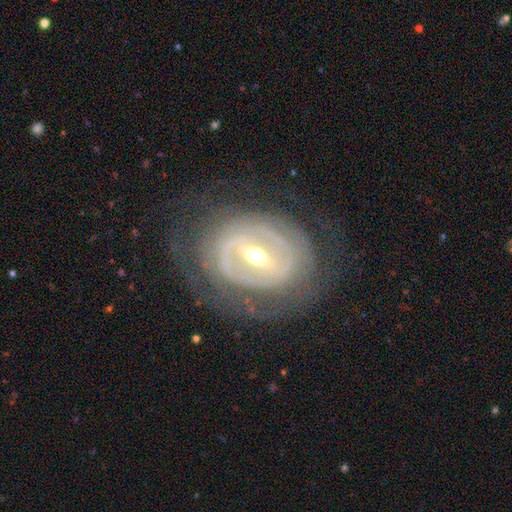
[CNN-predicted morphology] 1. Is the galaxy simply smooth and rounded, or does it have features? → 87% featured or disk, 8% smooth, 5% star or artifact.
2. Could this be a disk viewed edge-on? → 94% no, 6% yes.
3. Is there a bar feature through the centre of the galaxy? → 63% strong, 29% weak, 9% no.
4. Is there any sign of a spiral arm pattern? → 77% yes, 23% no.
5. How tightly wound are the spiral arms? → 72% tight, 21% medium, 8% loose.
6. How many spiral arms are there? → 45% can't tell, 30% 2, 10% 3, 6% 4, 5% 1, 5% more than 4.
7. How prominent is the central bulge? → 55% moderate, 40% small, 3% large, 1% dominant, 1% none.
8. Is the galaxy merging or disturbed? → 75% none, 14% minor disturbance, 10% major disturbance, 1% merger.